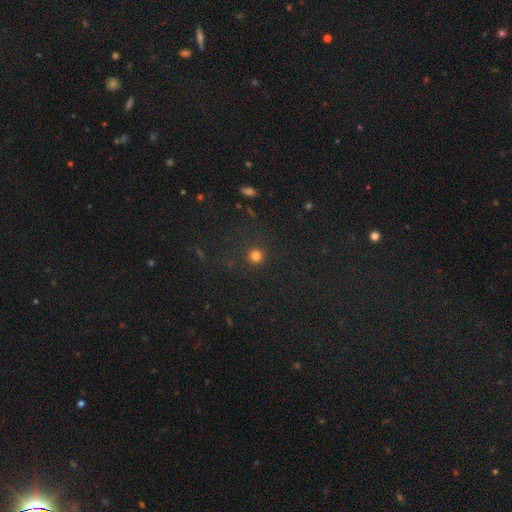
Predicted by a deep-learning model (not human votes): This appears to be a smooth galaxy with no disk features (79%) that is round (95%). Merging: none (90%).